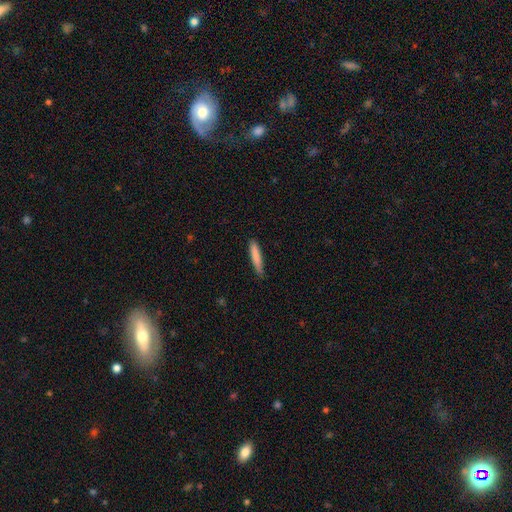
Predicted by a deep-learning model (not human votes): This appears to be a smooth galaxy with no disk features (82%) that is cigar-shaped (91%). Merging: none (80%).